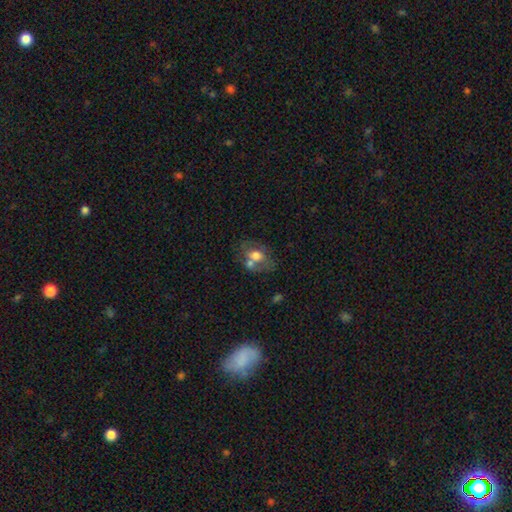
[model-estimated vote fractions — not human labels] smooth-or-featured: smooth: 54% | featured or disk: 37% | star or artifact: 8%
  how-rounded: in between: 70% | round: 28% | cigar-shaped: 2%
  merging: merger: 41% | none: 36% | minor disturbance: 16% | major disturbance: 8%